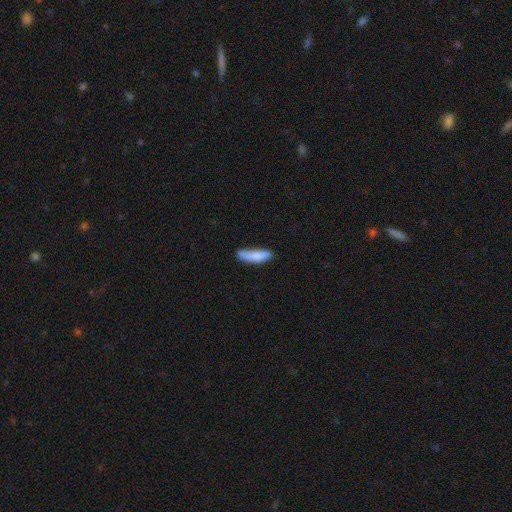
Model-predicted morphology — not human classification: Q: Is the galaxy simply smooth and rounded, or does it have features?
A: smooth — 84%.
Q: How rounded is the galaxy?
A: cigar-shaped — 64%.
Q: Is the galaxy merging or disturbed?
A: none — 61%.